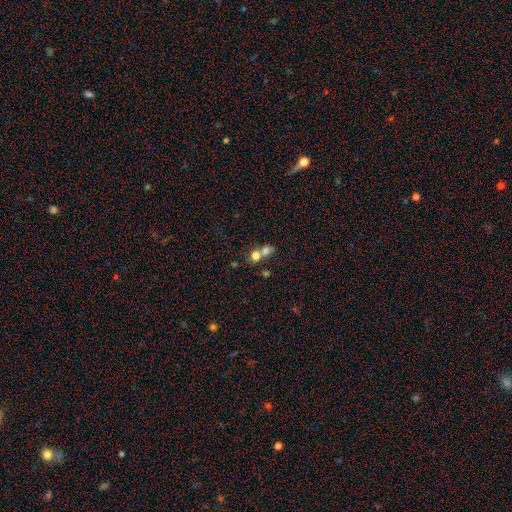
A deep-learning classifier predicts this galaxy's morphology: Smooth or featured: smooth — 74% (featured or disk — 14%)
How rounded: round — 73% (in between — 26%)
Merging: merger — 63% (none — 28%)